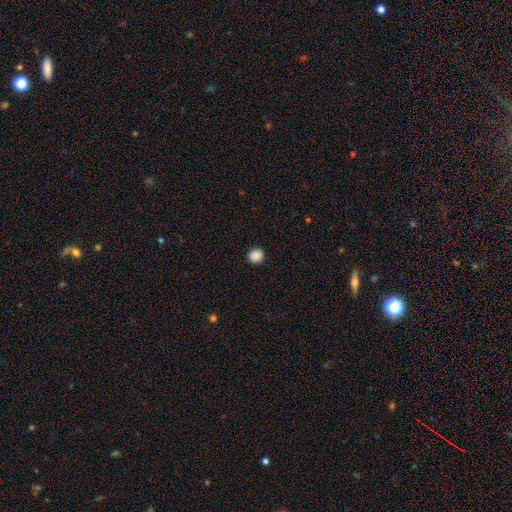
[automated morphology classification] This appears to be a smooth galaxy with no disk features (88%) that is round (88%). Merging: none (92%).